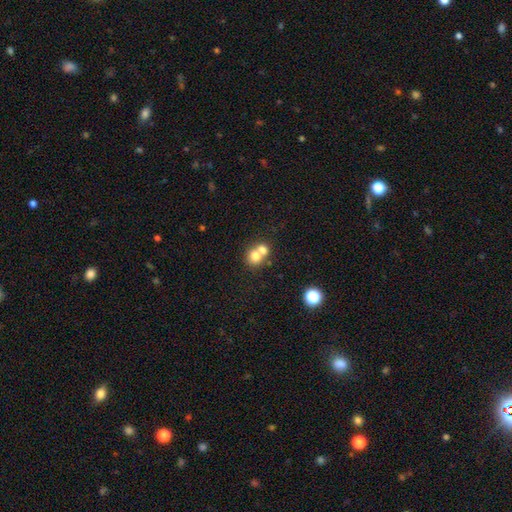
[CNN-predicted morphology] smooth 73%, featured or disk 16%, star or artifact 11%. Down the decision tree: how rounded — round (77%); merging — merger (62%).